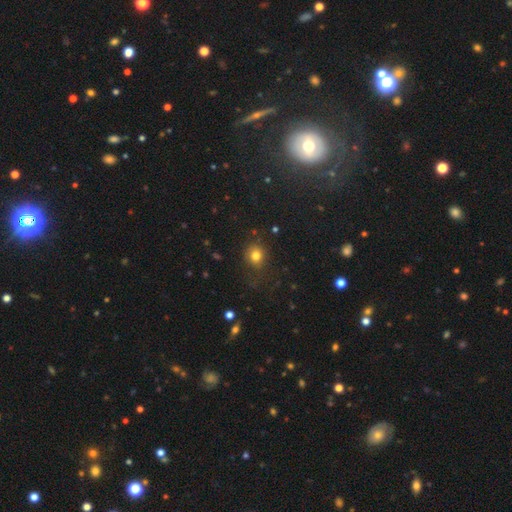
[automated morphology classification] smooth-or-featured: smooth: 79% | star or artifact: 14% | featured or disk: 7%
  how-rounded: round: 75% | in between: 24% | cigar-shaped: 1%
  merging: none: 79% | minor disturbance: 14% | major disturbance: 6% | merger: 2%